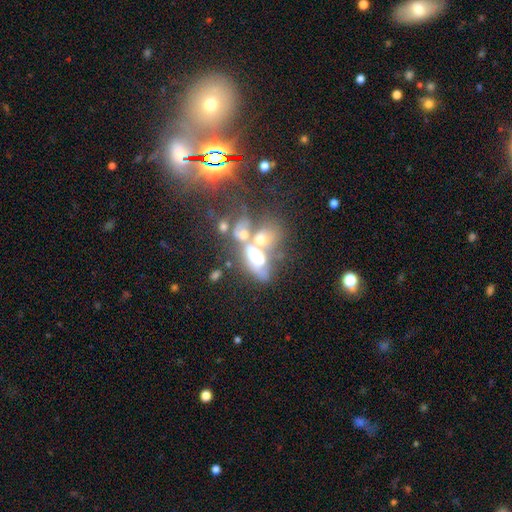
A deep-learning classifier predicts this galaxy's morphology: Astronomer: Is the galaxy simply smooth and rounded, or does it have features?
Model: featured or disk — 40%, tied with smooth at 40%.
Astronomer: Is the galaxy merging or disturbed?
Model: merger — 61%.